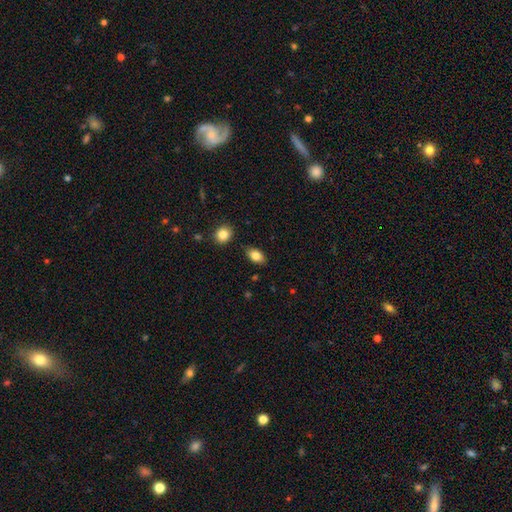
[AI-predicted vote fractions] The model was most divided on "smooth or featured": smooth: 83%, featured or disk: 9%, star or artifact: 8%. More confident: how rounded — in between (88%); merging — none (85%).